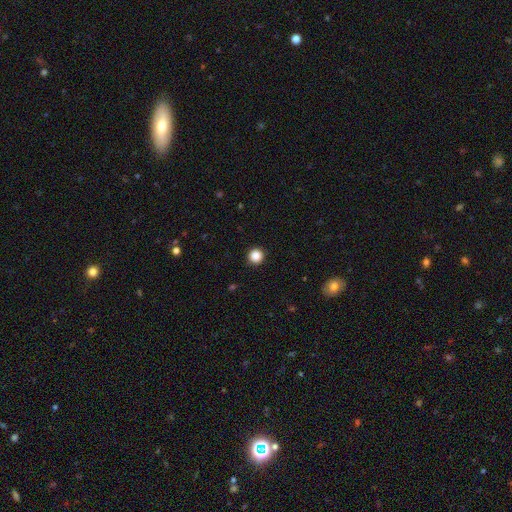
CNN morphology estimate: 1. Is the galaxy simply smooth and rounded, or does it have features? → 85% smooth, 11% star or artifact, 4% featured or disk.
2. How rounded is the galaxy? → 96% round, 3% in between, 1% cigar-shaped.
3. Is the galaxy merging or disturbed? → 94% none, 4% minor disturbance, 1% major disturbance, 1% merger.